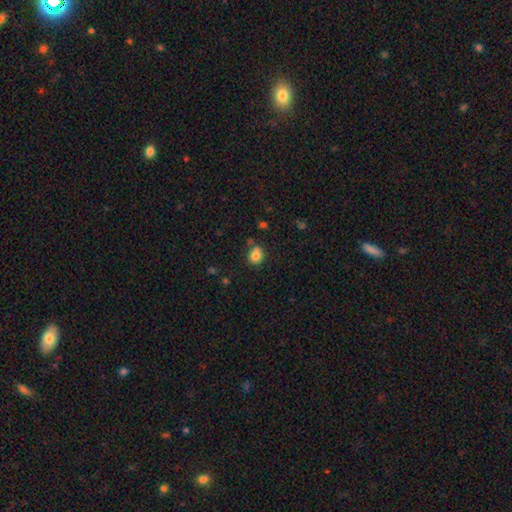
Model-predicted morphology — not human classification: smooth-or-featured: smooth: 81% | star or artifact: 11% | featured or disk: 8%
  how-rounded: round: 73% | in between: 26% | cigar-shaped: 1%
  merging: none: 66% | minor disturbance: 18% | merger: 11% | major disturbance: 5%